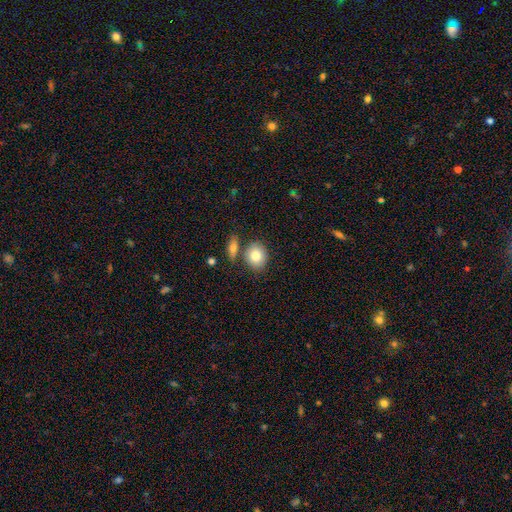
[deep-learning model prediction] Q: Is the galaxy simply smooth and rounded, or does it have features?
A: smooth — 81%.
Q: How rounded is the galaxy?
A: round — 60%.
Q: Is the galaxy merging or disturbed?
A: none — 70%.